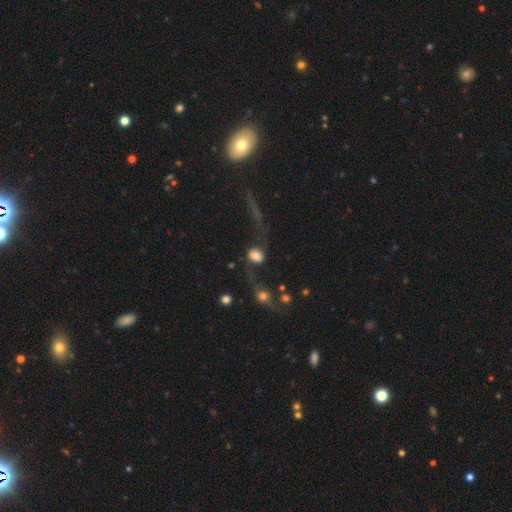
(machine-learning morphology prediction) This appears to be a featured or disk galaxy (49%). Merging: none (38%).